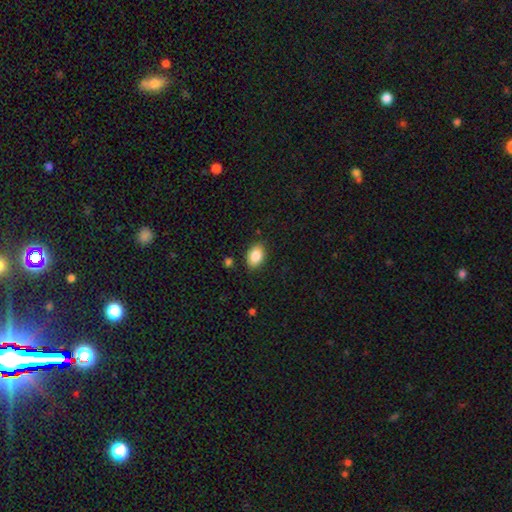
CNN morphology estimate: smooth_or_featured: smooth (p=0.86) [alt: star or artifact p=0.08]
how_rounded: in between (p=0.84) [alt: round p=0.15]
merging: none (p=0.86) [alt: minor disturbance p=0.10]